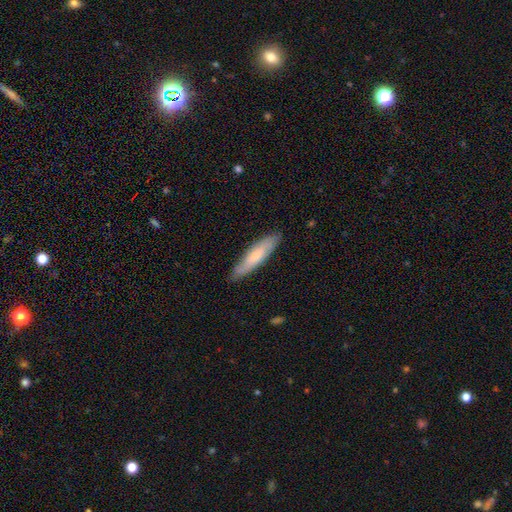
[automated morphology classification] smooth 61%, featured or disk 34%, star or artifact 5%. Down the decision tree: how rounded — cigar-shaped (77%); merging — none (82%).